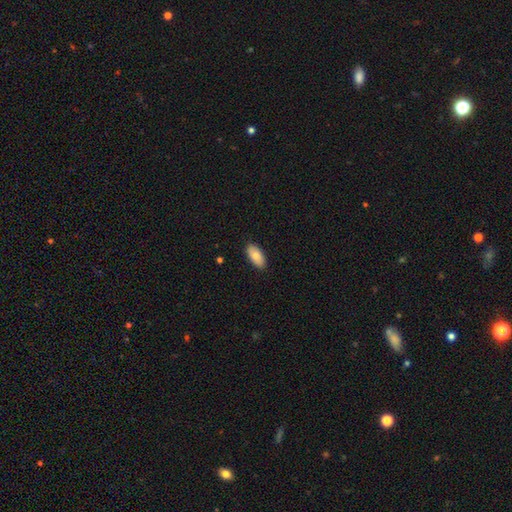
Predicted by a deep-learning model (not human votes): smooth_or_featured: smooth (p=0.84) [alt: featured or disk p=0.10]
how_rounded: in between (p=0.91) [alt: cigar-shaped p=0.07]
merging: none (p=0.89) [alt: minor disturbance p=0.08]